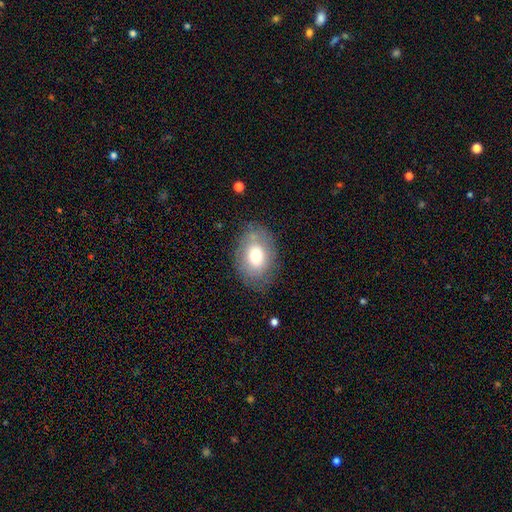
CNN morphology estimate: type=smooth (68%); roundness=in between (78%); merging=none (77%).